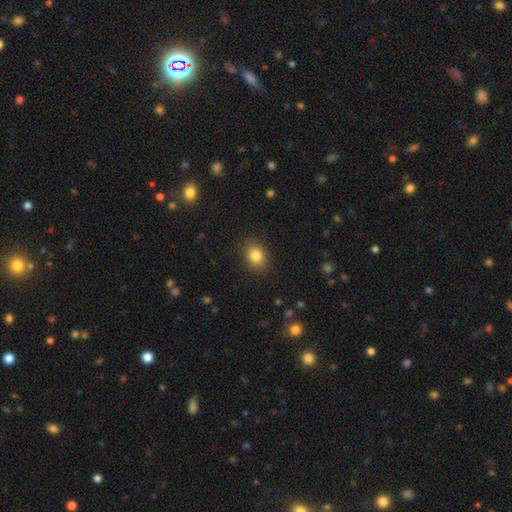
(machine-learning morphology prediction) type=smooth (83%); roundness=in between (59%); merging=none (88%).